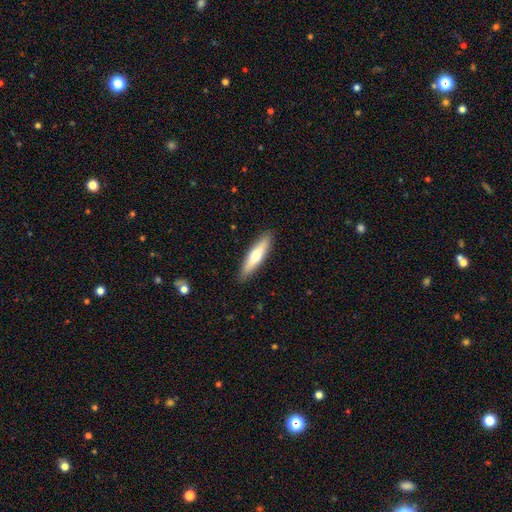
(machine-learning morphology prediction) smooth 61%, featured or disk 34%, star or artifact 5%. Down the decision tree: how rounded — cigar-shaped (78%); merging — none (90%).